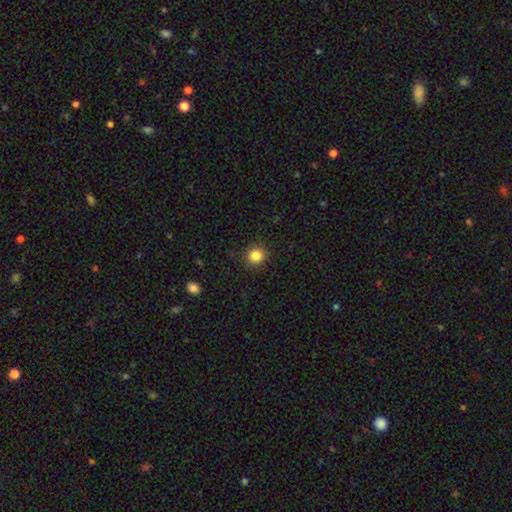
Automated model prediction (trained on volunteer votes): Smooth or featured?
  - smooth: 85% *
  - star or artifact: 11%
  - featured or disk: 4%
How rounded?
  - round: 88% *
  - in between: 11%
  - cigar-shaped: 1%
Merging?
  - none: 91% *
  - minor disturbance: 6%
  - major disturbance: 2%
  - merger: 1%